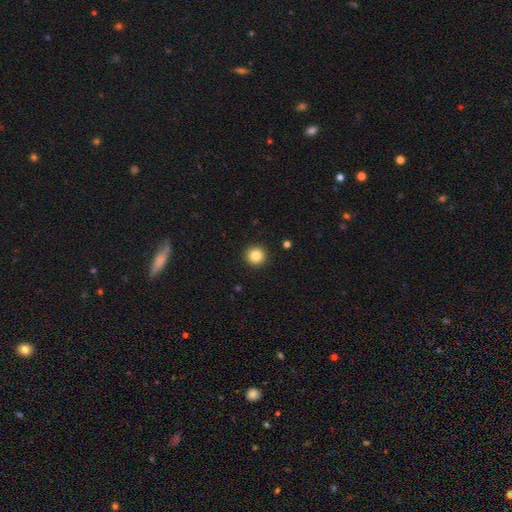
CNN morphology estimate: smooth-or-featured: smooth: 85% | star or artifact: 10% | featured or disk: 5%
  how-rounded: round: 95% | in between: 4% | cigar-shaped: 1%
  merging: none: 93% | minor disturbance: 4% | major disturbance: 2% | merger: 1%